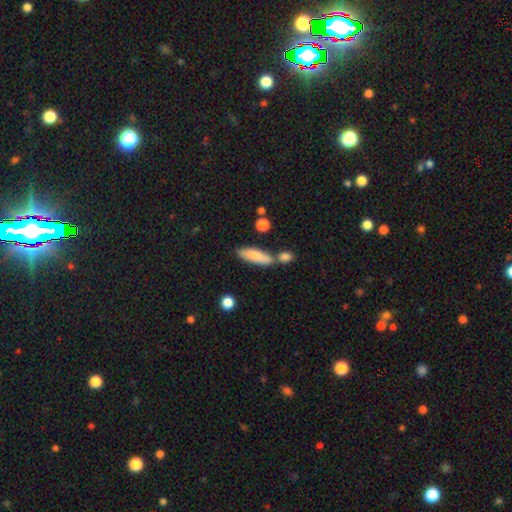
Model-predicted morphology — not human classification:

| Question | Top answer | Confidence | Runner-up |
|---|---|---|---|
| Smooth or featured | smooth | 81% | featured or disk (13%) |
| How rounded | cigar-shaped | 57% | in between (41%) |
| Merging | none | 56% | merger (24%) |